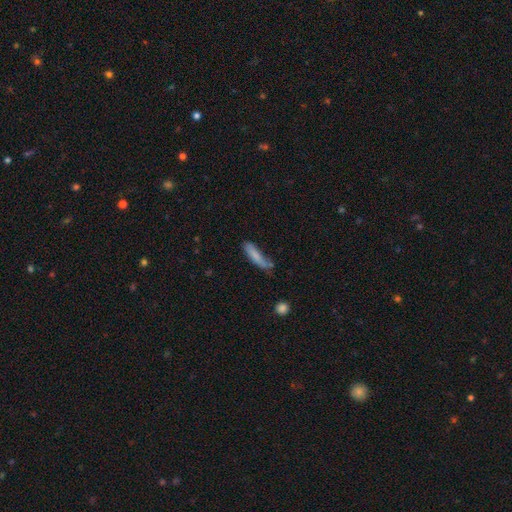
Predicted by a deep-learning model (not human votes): Smooth or featured? Predicted: smooth (p=0.79). How rounded? Predicted: cigar-shaped (p=0.79). Merging? Predicted: none (p=0.56).